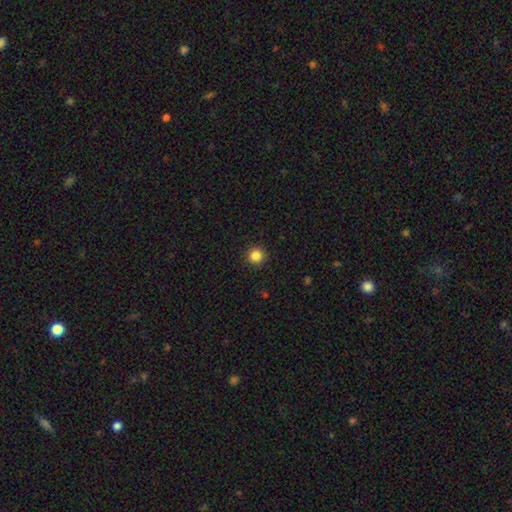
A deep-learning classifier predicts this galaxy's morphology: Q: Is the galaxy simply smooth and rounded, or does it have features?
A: smooth — 85%.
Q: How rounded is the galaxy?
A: round — 95%.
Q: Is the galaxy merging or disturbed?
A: none — 93%.